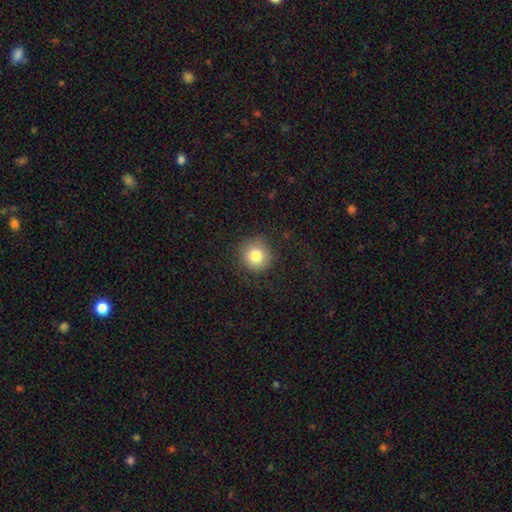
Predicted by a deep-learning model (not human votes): This appears to be a smooth galaxy with no disk features (80%) that is round (93%). Merging: none (86%).